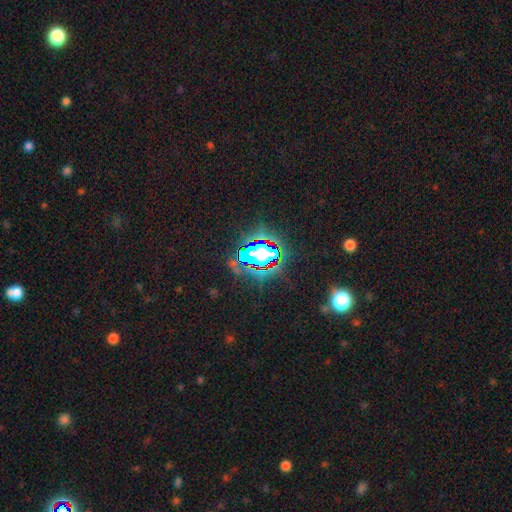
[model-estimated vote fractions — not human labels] smooth-or-featured: star or artifact: 81% | smooth: 12% | featured or disk: 7%